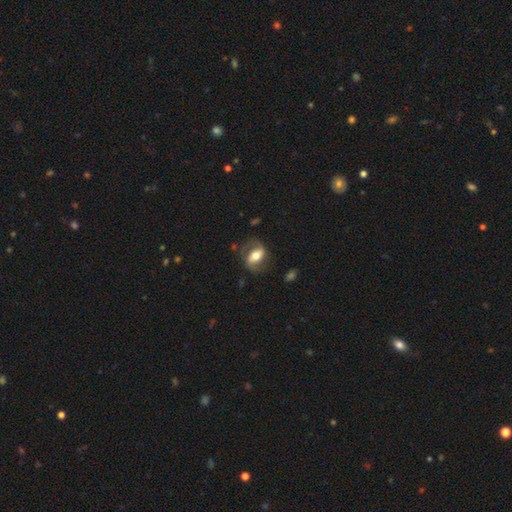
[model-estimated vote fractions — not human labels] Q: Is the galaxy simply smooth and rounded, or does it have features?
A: featured or disk — 59%.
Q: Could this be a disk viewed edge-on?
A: no — 92%.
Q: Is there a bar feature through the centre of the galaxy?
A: strong — 43%.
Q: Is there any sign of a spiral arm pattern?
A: yes — 76%.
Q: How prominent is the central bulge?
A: moderate — 57%.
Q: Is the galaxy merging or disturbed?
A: none — 67%.